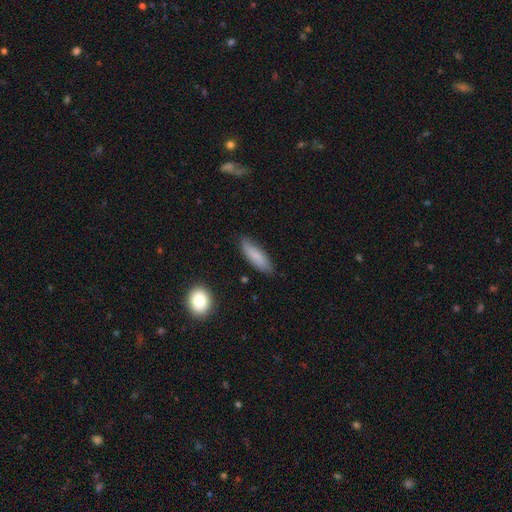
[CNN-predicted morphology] A smooth galaxy with no disk features (76%) that is in between round and cigar-shaped (54%).

Vote fractions:
- Smooth or featured? smooth: 76% / featured or disk: 18% / star or artifact: 7%
- How rounded? in between: 54% / cigar-shaped: 44% / round: 2%
- Merging? none: 79% / minor disturbance: 16% / major disturbance: 3% / merger: 2%